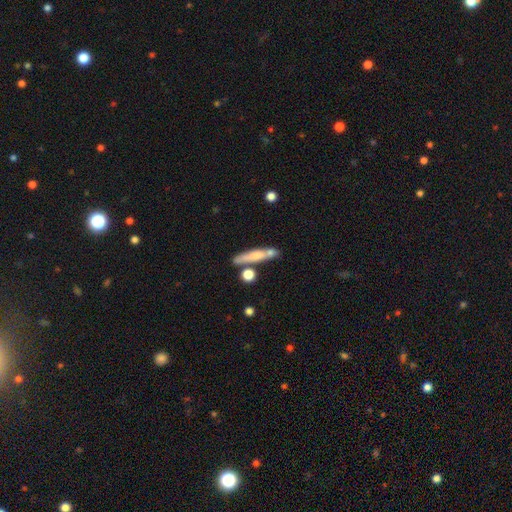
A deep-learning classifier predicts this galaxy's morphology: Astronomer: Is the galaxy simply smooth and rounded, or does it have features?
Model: smooth — 60%.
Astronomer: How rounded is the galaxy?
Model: cigar-shaped — 85%.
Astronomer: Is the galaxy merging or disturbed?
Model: none — 62%.